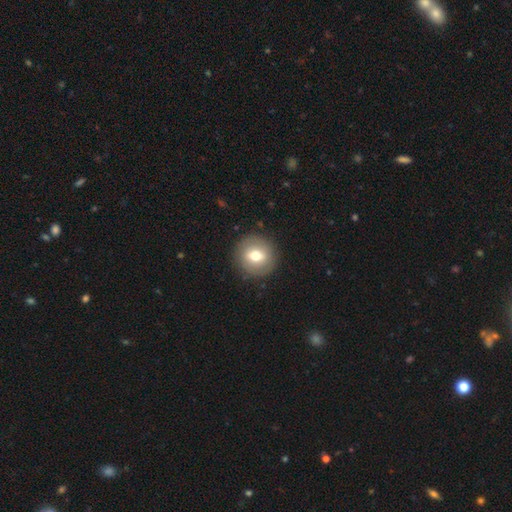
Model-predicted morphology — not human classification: smooth_or_featured: smooth (p=0.68) [alt: featured or disk p=0.23]
how_rounded: round (p=0.91) [alt: in between p=0.08]
merging: none (p=0.90) [alt: minor disturbance p=0.07]